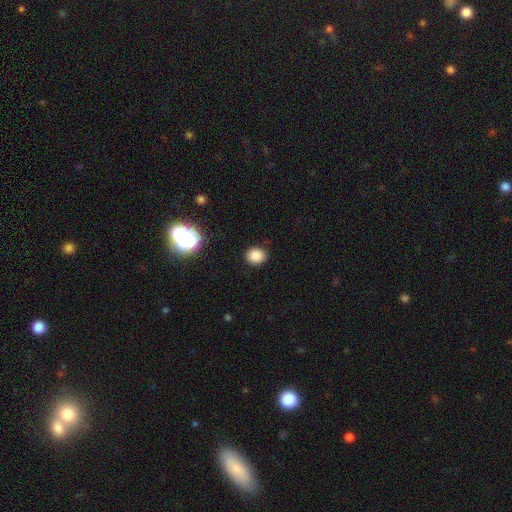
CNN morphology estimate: Smooth or featured? smooth (84%)
How rounded? round (72%)
Merging? none (89%)